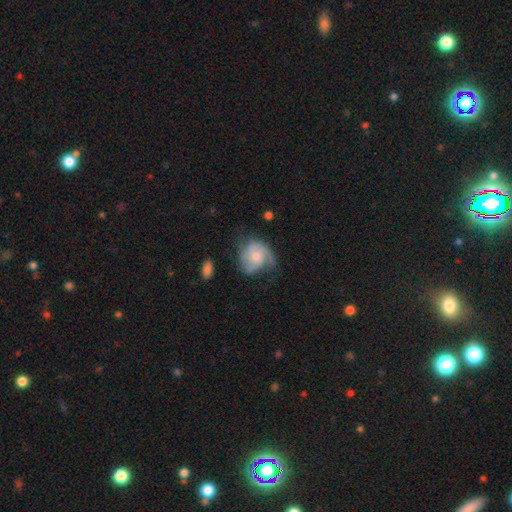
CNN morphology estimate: smooth_or_featured: featured or disk (p=0.74) [alt: smooth p=0.20]
disk_edge_on: no (p=0.98) [alt: yes p=0.02]
bar: no (p=0.71) [alt: weak p=0.26]
has_spiral_arms: yes (p=0.93) [alt: no p=0.07]
spiral_winding: medium (p=0.45) [alt: tight p=0.37]
spiral_arm_count: 2 (p=0.41) [alt: 3 p=0.25]
bulge_size: moderate (p=0.43) [alt: small p=0.42]
merging: none (p=0.56) [alt: minor disturbance p=0.25]